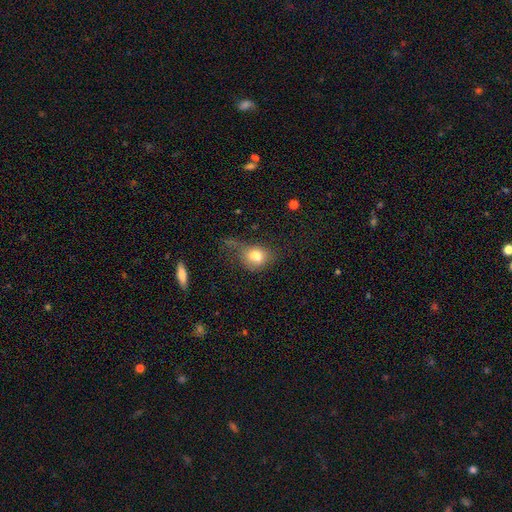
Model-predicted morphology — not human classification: smooth_or_featured: smooth (p=0.76) [alt: featured or disk p=0.13]
how_rounded: in between (p=0.51) [alt: round p=0.47]
merging: none (p=0.37) [alt: major disturbance p=0.30]